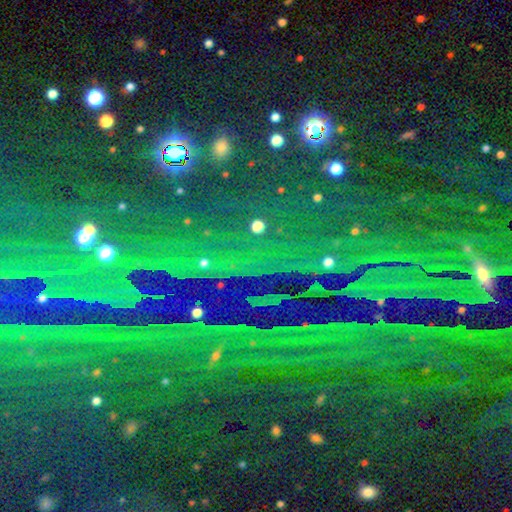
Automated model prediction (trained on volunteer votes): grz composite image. It shows a star or artifact, not a galaxy (86%).